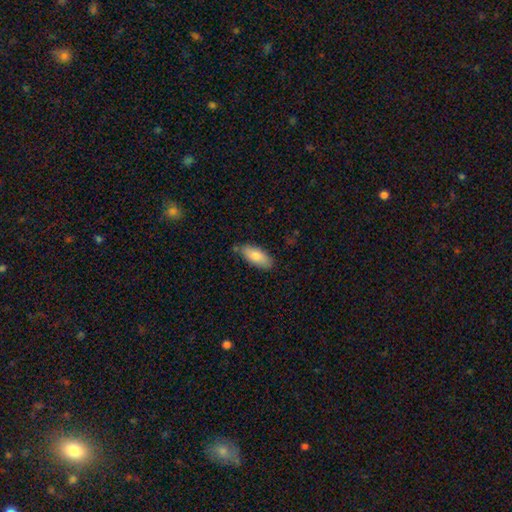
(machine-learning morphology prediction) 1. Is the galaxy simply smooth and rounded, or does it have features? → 81% smooth, 13% featured or disk, 6% star or artifact.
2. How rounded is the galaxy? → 82% in between, 16% cigar-shaped, 2% round.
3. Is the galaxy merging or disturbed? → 77% none, 16% minor disturbance, 4% merger, 3% major disturbance.